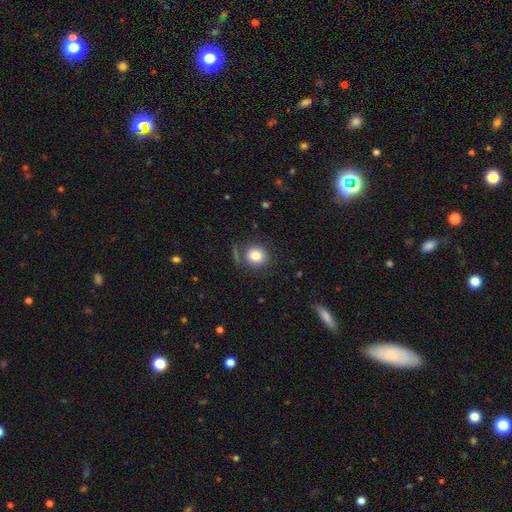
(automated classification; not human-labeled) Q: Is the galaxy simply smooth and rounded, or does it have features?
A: smooth — 81%.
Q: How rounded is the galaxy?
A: round — 86%.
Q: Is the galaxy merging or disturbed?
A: none — 77%.